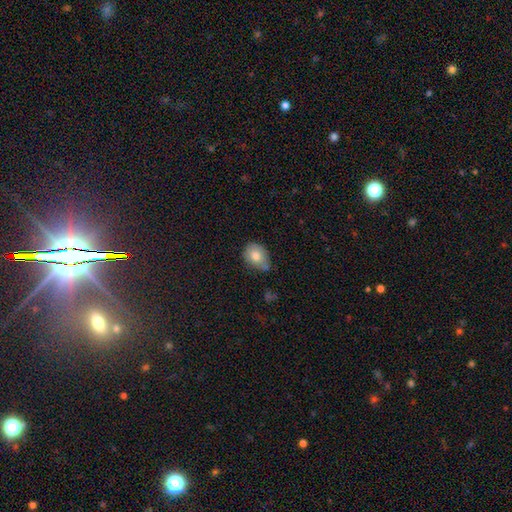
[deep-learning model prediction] Overall: smooth (79%). How rounded: in between (59%; round 39%). Merging: none (52%; minor disturbance 36%).